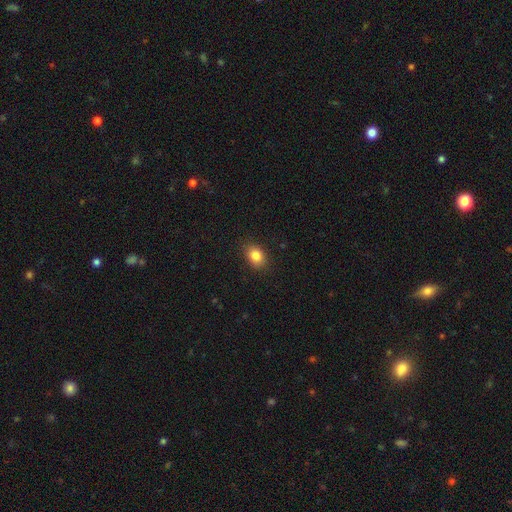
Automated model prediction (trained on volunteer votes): smooth 84%, star or artifact 10%, featured or disk 6%. Down the decision tree: how rounded — in between (68%); merging — none (86%).